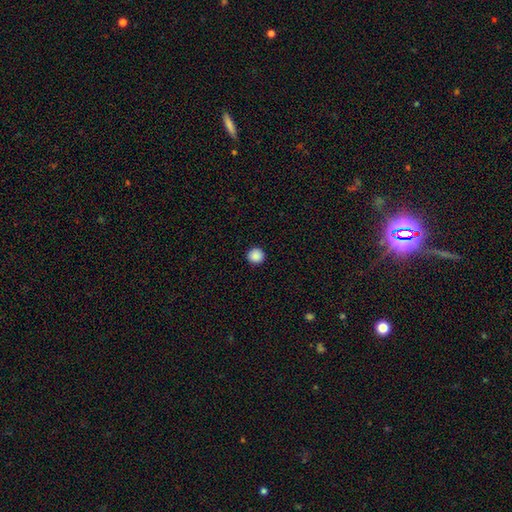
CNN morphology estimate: type=smooth (88%); roundness=round (95%); merging=none (93%).